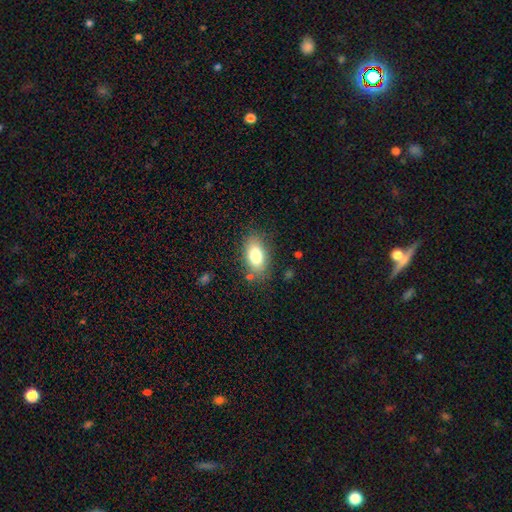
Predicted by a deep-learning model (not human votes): This is likely a smooth galaxy (78%). How rounded: clearly in between (90%). Merging: likely none (80%).